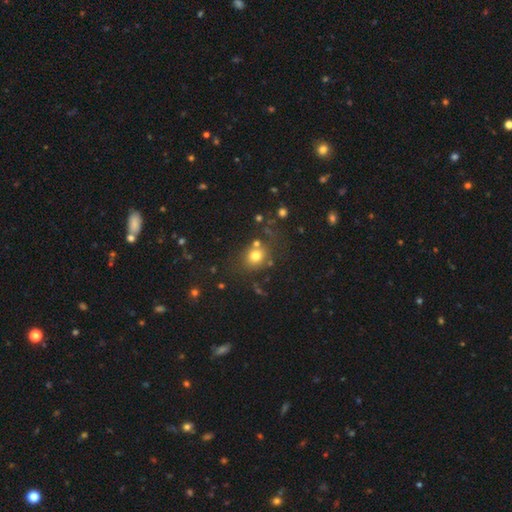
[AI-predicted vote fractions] smooth-or-featured: smooth: 73% | star or artifact: 17% | featured or disk: 10%
  how-rounded: round: 71% | in between: 28% | cigar-shaped: 1%
  merging: none: 69% | minor disturbance: 13% | merger: 12% | major disturbance: 6%